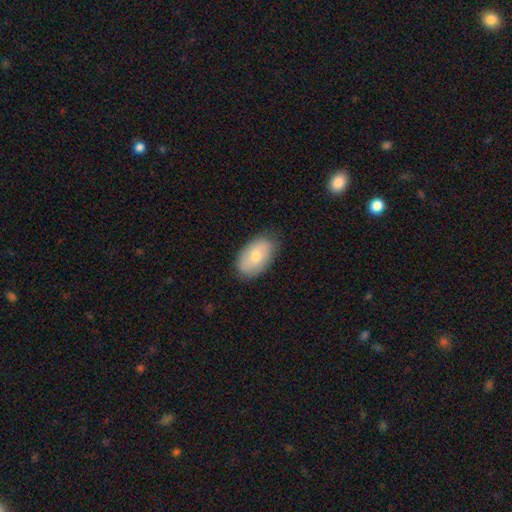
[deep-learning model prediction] smooth 66%, featured or disk 27%, star or artifact 6%. Down the decision tree: how rounded — in between (93%); merging — none (82%).